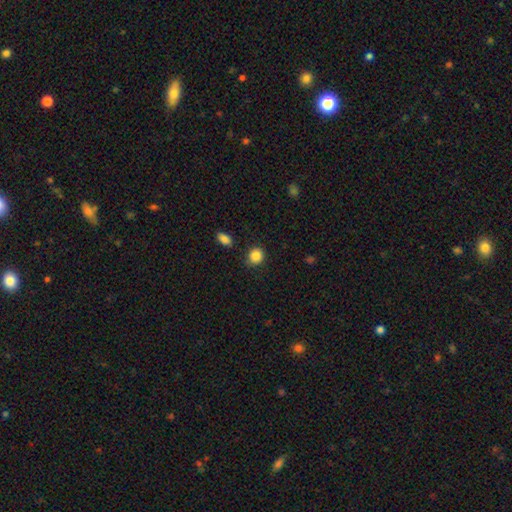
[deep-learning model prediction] Q: Smooth or featured?
A: smooth (87%); runner-up: star or artifact (9%)
Q: How rounded?
A: round (81%); runner-up: in between (18%)
Q: Merging?
A: none (83%); runner-up: minor disturbance (11%)